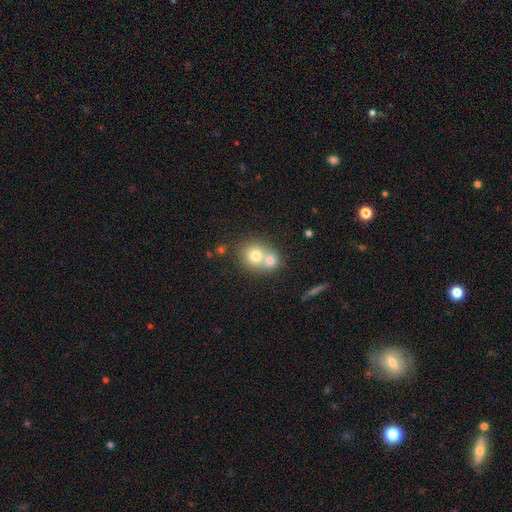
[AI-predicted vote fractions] Smooth or featured? smooth (72%)
How rounded? round (77%)
Merging? merger (61%)